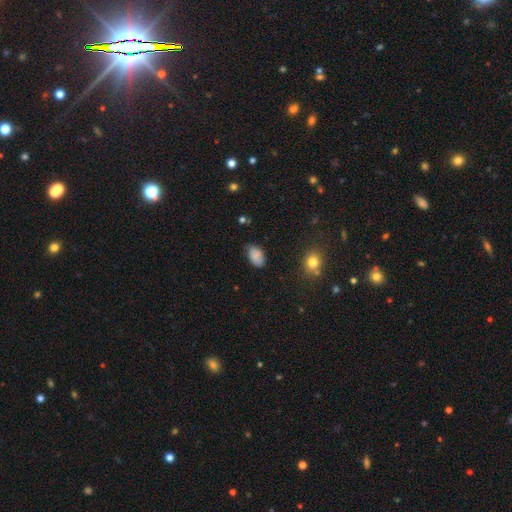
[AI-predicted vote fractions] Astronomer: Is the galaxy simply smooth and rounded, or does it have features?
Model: smooth — 80%.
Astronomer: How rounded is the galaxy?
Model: in between — 92%.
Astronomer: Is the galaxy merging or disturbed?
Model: none — 71%.